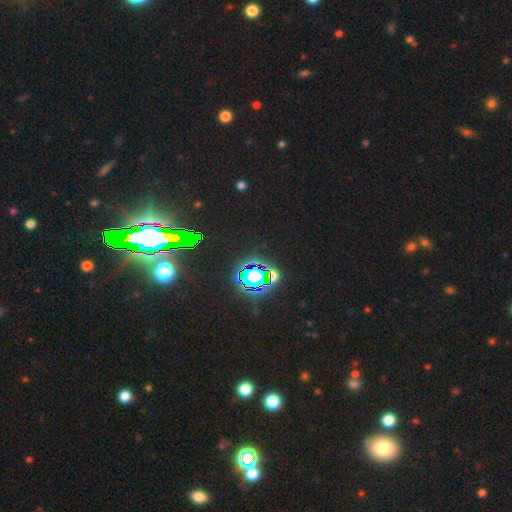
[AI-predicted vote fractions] A star or artifact, not a galaxy (84%).

Vote fractions:
- Smooth or featured? star or artifact: 84% / smooth: 9% / featured or disk: 7%